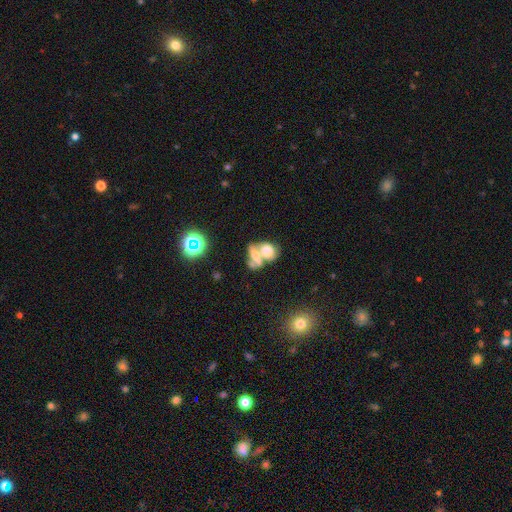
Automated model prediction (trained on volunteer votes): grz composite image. It shows a smooth galaxy with no disk features (53%) that is in between round and cigar-shaped (65%). Merging: merger (69%).